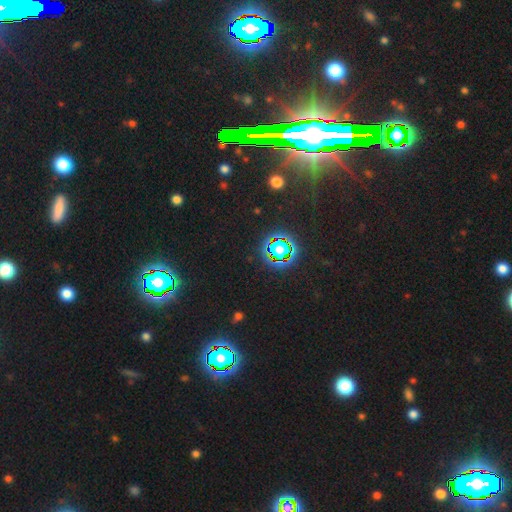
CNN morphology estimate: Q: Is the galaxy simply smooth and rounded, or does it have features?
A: star or artifact — 83%.